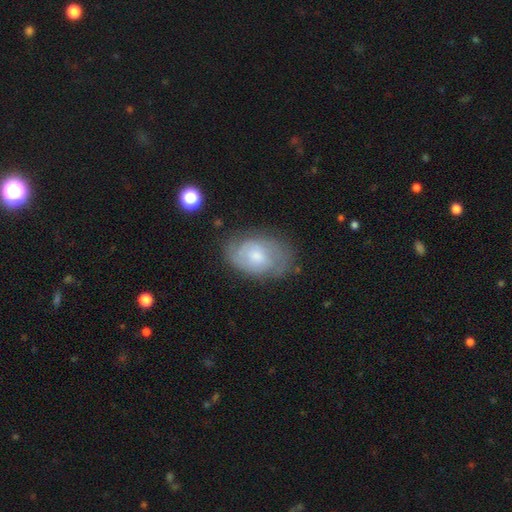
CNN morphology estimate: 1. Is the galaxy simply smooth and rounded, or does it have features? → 53% featured or disk, 40% smooth, 8% star or artifact.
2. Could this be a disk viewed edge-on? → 96% no, 4% yes.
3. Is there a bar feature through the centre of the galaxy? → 63% no, 32% weak, 4% strong.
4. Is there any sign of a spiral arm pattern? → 73% yes, 27% no.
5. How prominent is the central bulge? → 47% moderate, 35% small, 10% large, 6% none, 2% dominant.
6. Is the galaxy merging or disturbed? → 63% none, 25% minor disturbance, 10% major disturbance, 2% merger.